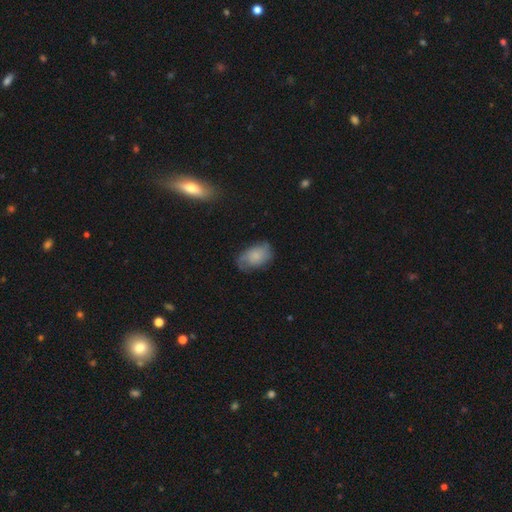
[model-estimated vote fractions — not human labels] This appears to be a smooth galaxy with no disk features (61%) that is in between round and cigar-shaped (89%). Merging: none (60%).